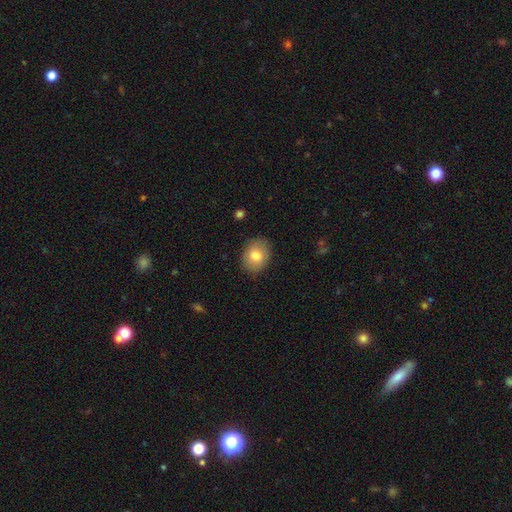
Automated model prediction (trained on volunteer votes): Smooth or featured? smooth (80%)
How rounded? in between (58%)
Merging? none (85%)